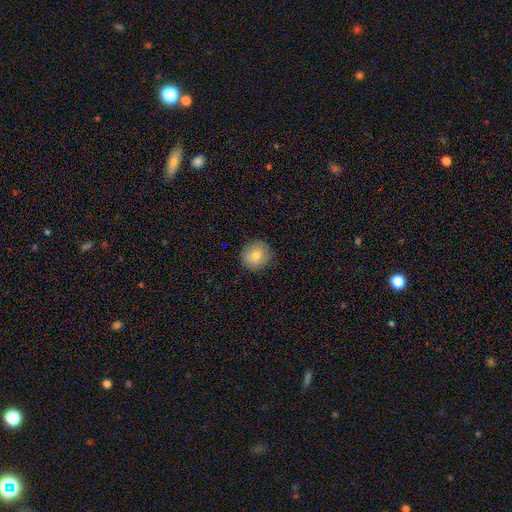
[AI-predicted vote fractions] smooth_or_featured: smooth (p=0.78) [alt: featured or disk p=0.13]
how_rounded: round (p=0.91) [alt: in between p=0.08]
merging: none (p=0.89) [alt: minor disturbance p=0.08]